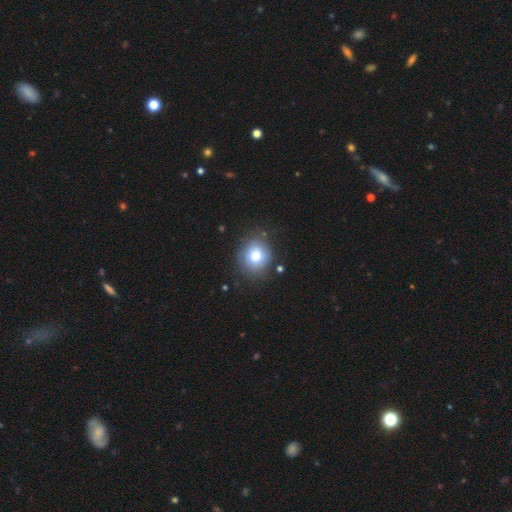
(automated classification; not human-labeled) A smooth galaxy with no disk features (75%) that is round (76%). Merging: none (76%).